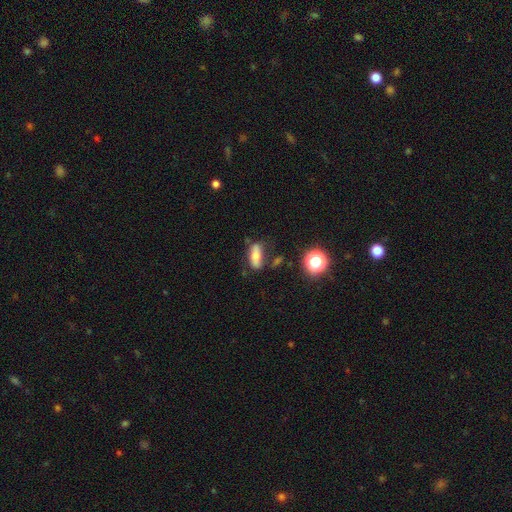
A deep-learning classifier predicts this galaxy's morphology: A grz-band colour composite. It shows a smooth galaxy with no disk features (63%) that is in between round and cigar-shaped (62%). Merging: none (64%).